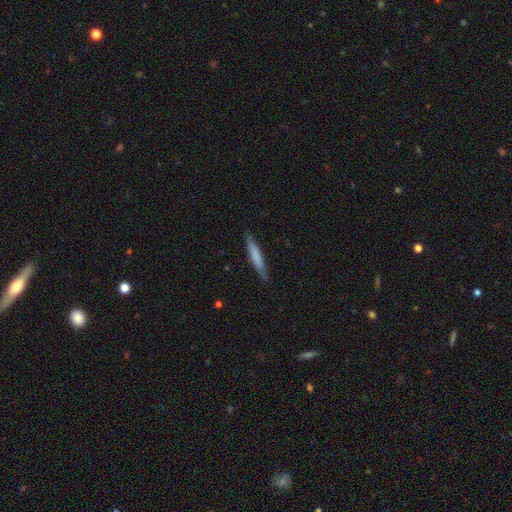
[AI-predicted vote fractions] smooth-or-featured: smooth: 70% | featured or disk: 25% | star or artifact: 5%
  how-rounded: cigar-shaped: 93% | in between: 6% | round: 1%
  merging: none: 83% | minor disturbance: 13% | major disturbance: 2% | merger: 1%